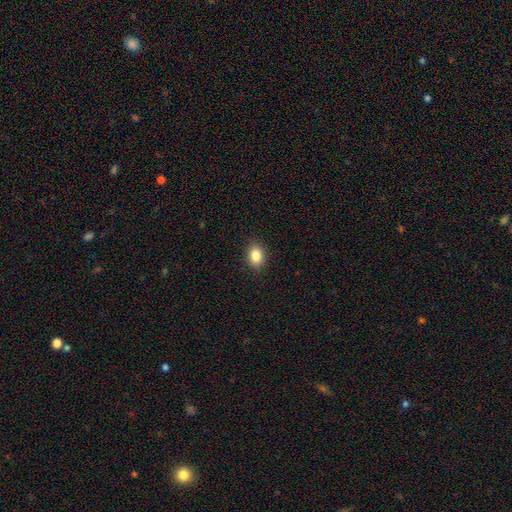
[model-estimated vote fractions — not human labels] A smooth galaxy with no disk features (85%) that is in between round and cigar-shaped (72%). Merging: none (90%).